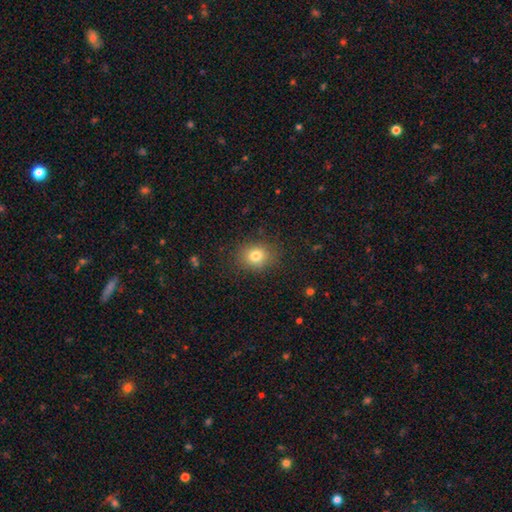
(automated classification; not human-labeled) smooth-or-featured: smooth: 79% | star or artifact: 12% | featured or disk: 8%
  how-rounded: round: 67% | in between: 32% | cigar-shaped: 1%
  merging: none: 85% | minor disturbance: 10% | major disturbance: 4% | merger: 1%